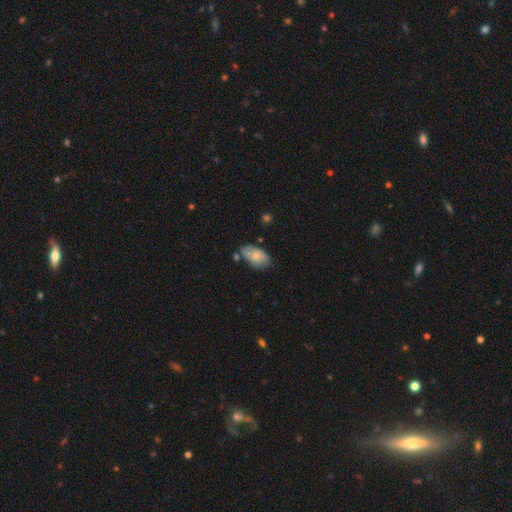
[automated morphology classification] Overall: smooth (70%). How rounded: in between (93%). Merging: none (61%; minor disturbance 26%).